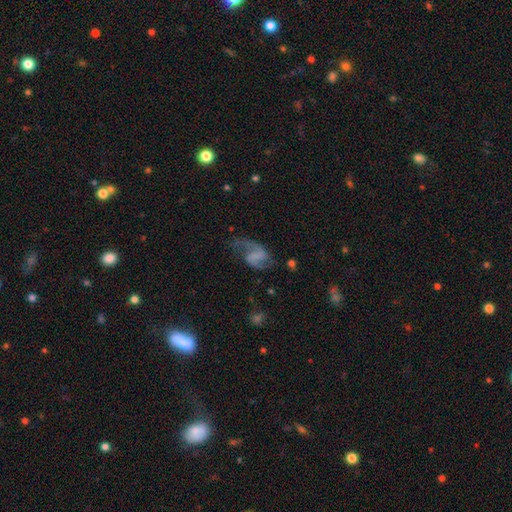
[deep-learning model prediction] Smooth or featured: featured or disk — 83% (smooth — 10%)
Edge-on disk: no — 98% (yes — 2%)
Bar: weak — 45% (strong — 28%)
Spiral arms: yes — 95% (no — 5%)
Spiral winding: loose — 51% (medium — 40%)
Spiral arm count: 2 — 89% (1 — 6%)
Bulge size: none — 68% (small — 16%)
Merging: none — 61% (minor disturbance — 19%)